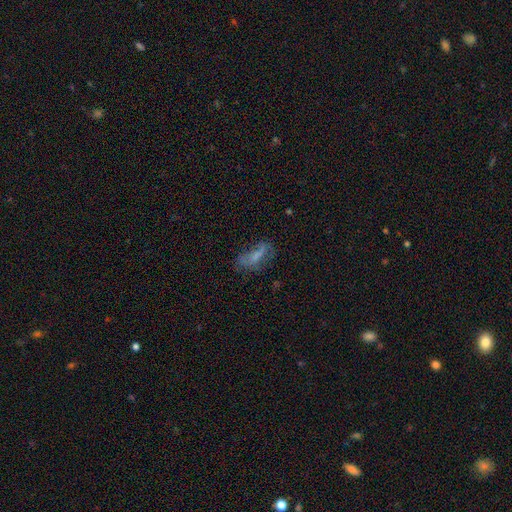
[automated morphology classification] The model was most divided on "smooth or featured": smooth: 52%, featured or disk: 36%, star or artifact: 12%. Remaining: how rounded — in between (71%); merging — none (44%).